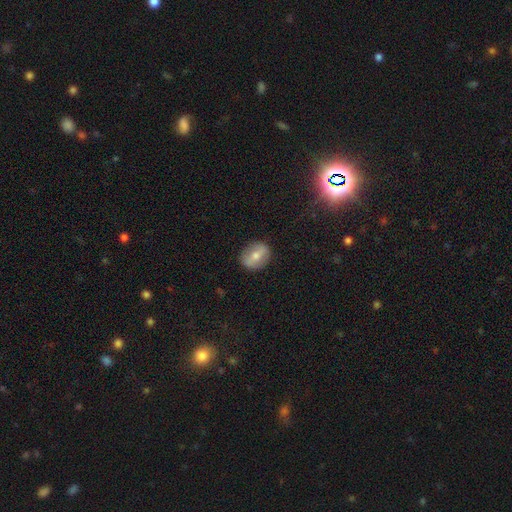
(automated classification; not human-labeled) smooth_or_featured: smooth (p=0.55) [alt: featured or disk p=0.37]
how_rounded: round (p=0.54) [alt: in between p=0.44]
merging: none (p=0.87) [alt: minor disturbance p=0.10]